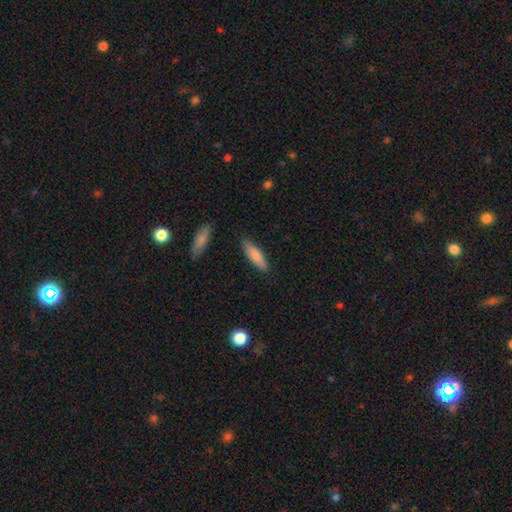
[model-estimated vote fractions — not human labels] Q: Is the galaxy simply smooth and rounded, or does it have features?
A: smooth — 80%.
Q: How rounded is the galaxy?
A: cigar-shaped — 62%.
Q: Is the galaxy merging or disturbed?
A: none — 85%.